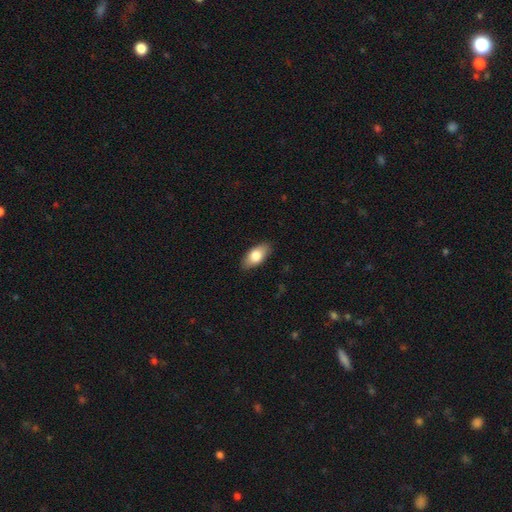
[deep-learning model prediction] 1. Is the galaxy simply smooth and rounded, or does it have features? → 78% smooth, 16% featured or disk, 6% star or artifact.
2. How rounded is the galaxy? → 90% in between, 7% cigar-shaped, 3% round.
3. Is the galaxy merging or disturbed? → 87% none, 10% minor disturbance, 2% major disturbance, 1% merger.